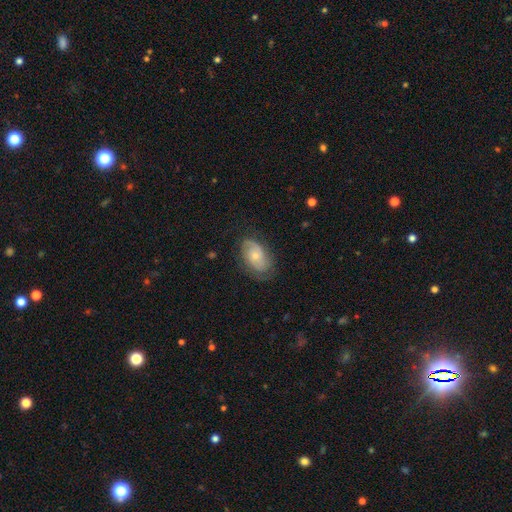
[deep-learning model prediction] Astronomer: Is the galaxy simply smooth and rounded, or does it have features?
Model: featured or disk — 55% (runner-up: smooth, 38%).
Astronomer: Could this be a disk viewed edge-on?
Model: no — 95%.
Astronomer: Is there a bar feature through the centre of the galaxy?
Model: no — 78%.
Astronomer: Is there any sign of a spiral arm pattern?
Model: yes — 79%.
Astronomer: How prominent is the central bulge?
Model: small — 61%.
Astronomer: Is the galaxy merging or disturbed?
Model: none — 68%.